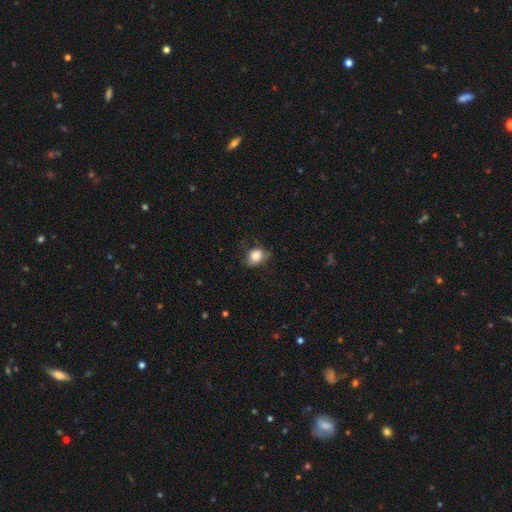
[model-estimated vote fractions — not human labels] Smooth or featured: smooth — 83% (featured or disk — 9%)
How rounded: in between — 62% (round — 36%)
Merging: none — 62% (minor disturbance — 28%)